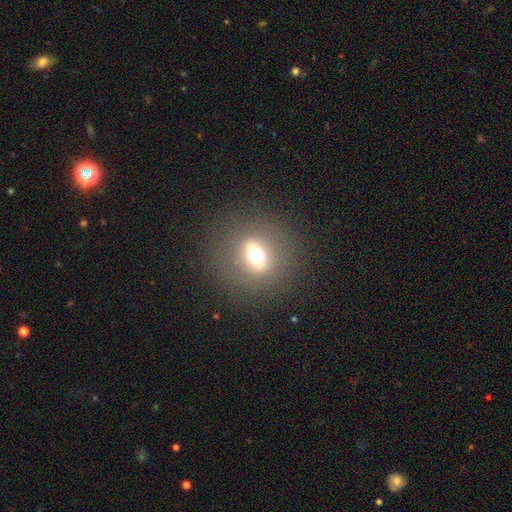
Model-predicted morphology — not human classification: The model was most divided on "smooth or featured": smooth: 54%, featured or disk: 30%, star or artifact: 17%. More confident: merging — none (85%); how rounded — round (79%).